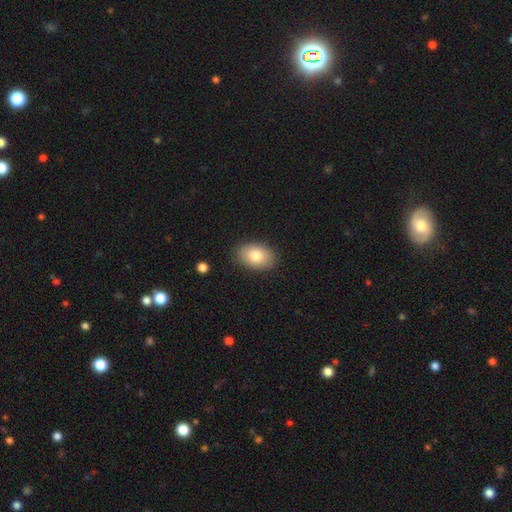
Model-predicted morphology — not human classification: A smooth galaxy with no disk features (81%) that is in between round and cigar-shaped (86%). Merging: none (87%).